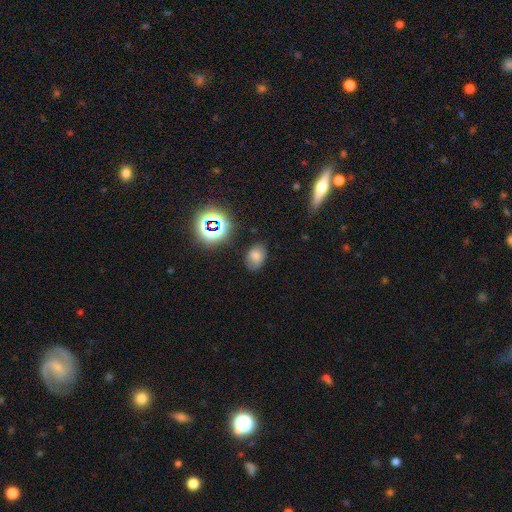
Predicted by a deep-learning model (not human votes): Q: Smooth or featured?
A: smooth (68%); runner-up: star or artifact (22%)
Q: How rounded?
A: in between (73%); runner-up: round (25%)
Q: Merging?
A: none (80%); runner-up: minor disturbance (14%)